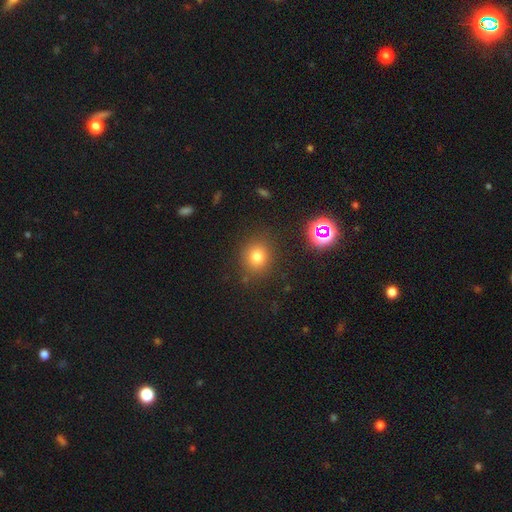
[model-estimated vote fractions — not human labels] The model was most divided on "smooth or featured": smooth: 74%, star or artifact: 19%, featured or disk: 8%. More confident: merging — none (85%); how rounded — round (82%).